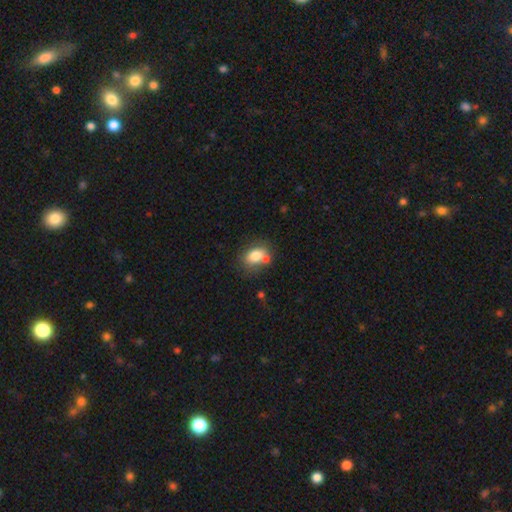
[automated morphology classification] smooth-or-featured: smooth: 77% | featured or disk: 14% | star or artifact: 9%
  how-rounded: in between: 71% | round: 27% | cigar-shaped: 1%
  merging: none: 53% | merger: 24% | minor disturbance: 17% | major disturbance: 6%